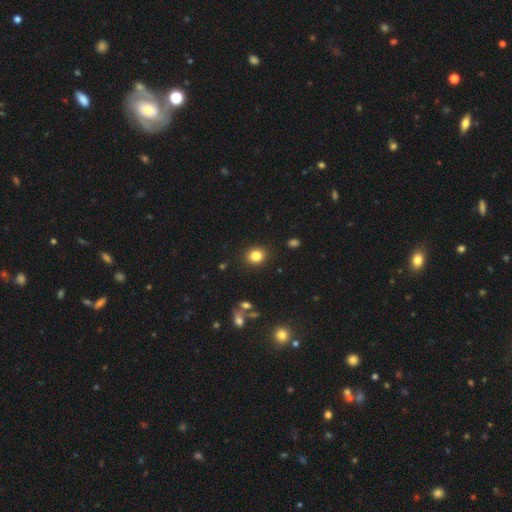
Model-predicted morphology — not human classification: Overall: smooth (84%). How rounded: round (72%). Merging: none (88%).